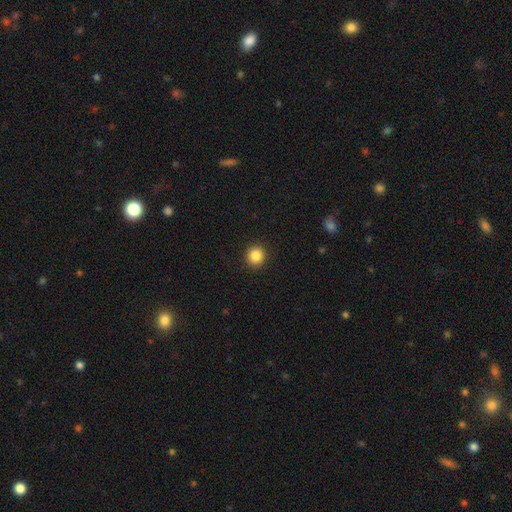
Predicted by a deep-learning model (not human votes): A smooth galaxy with no disk features (87%) that is round (92%). Merging: none (92%).